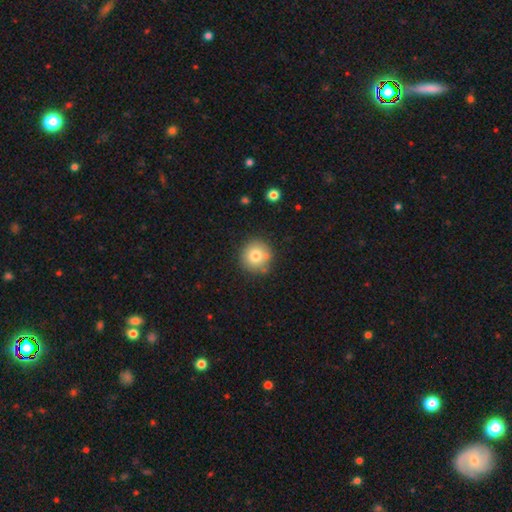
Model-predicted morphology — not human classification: smooth 77%, featured or disk 12%, star or artifact 11%. Down the decision tree: how rounded — round (94%); merging — none (81%).